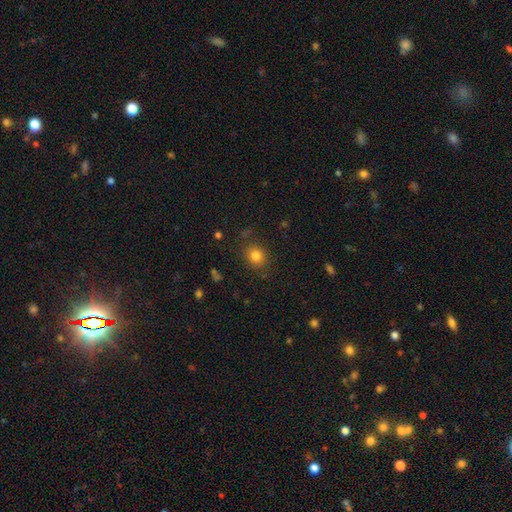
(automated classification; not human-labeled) This is clearly a smooth galaxy (82%). How rounded: likely round (71%). Merging: clearly none (83%).